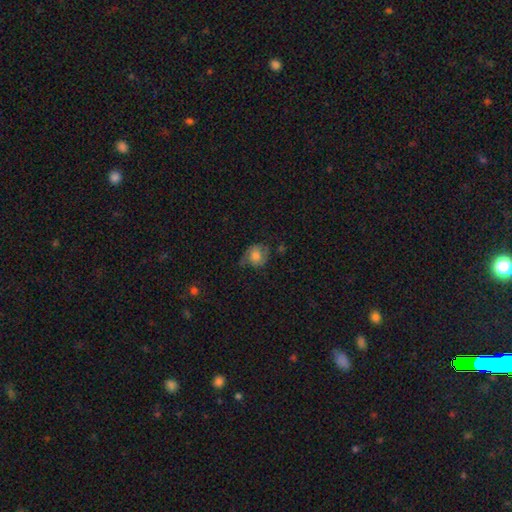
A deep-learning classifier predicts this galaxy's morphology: Smooth or featured? smooth (57%)
How rounded? round (63%)
Merging? none (48%)